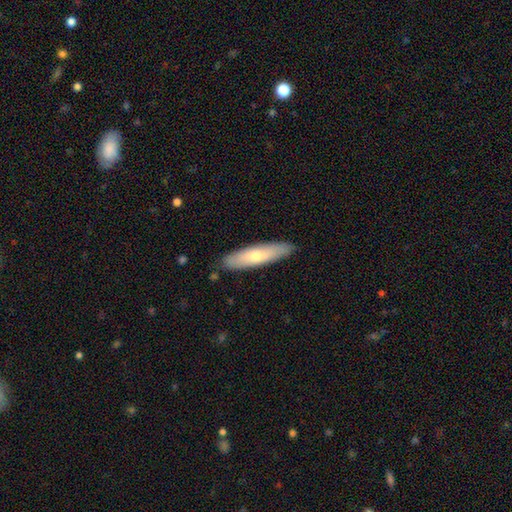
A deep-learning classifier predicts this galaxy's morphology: smooth_or_featured: smooth (p=0.54) [alt: featured or disk p=0.38]
how_rounded: cigar-shaped (p=0.77) [alt: in between p=0.21]
merging: none (p=0.89) [alt: minor disturbance p=0.09]